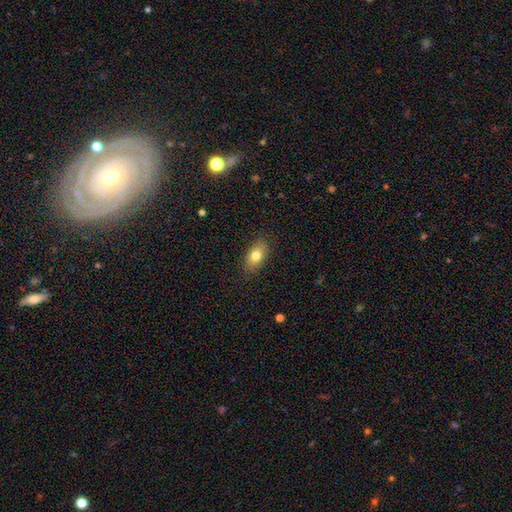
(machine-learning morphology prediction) smooth 78%, featured or disk 14%, star or artifact 8%. Down the decision tree: how rounded — in between (88%); merging — none (87%).